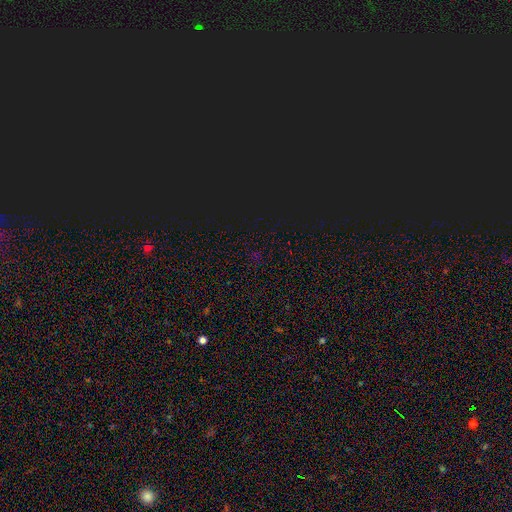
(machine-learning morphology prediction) A star or artifact, not a galaxy (74%).